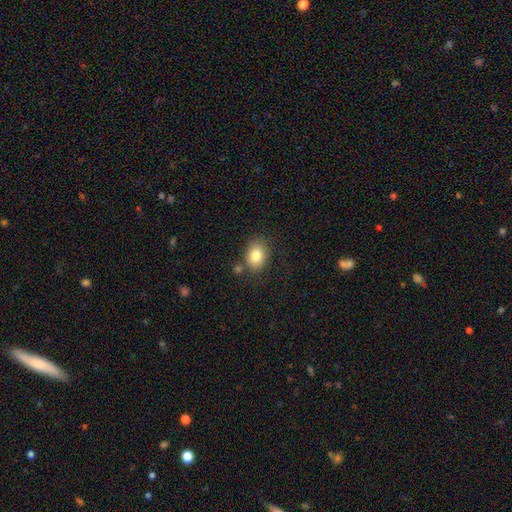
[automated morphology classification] Smooth or featured? Predicted: smooth (p=0.82). How rounded? Predicted: in between (p=0.62). Merging? Predicted: none (p=0.76).